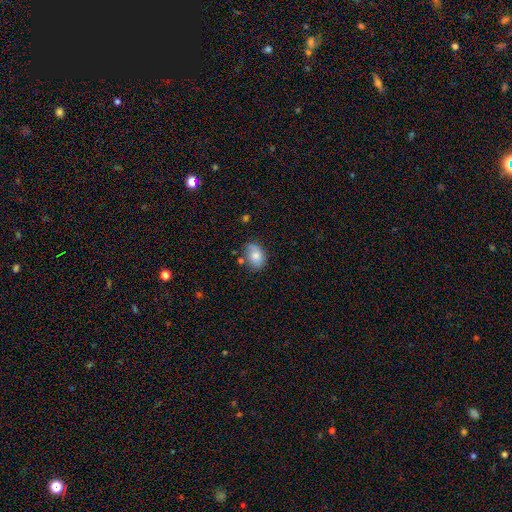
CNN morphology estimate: Smooth or featured?
  - smooth: 72% *
  - featured or disk: 20%
  - star or artifact: 8%
How rounded?
  - in between: 74% *
  - round: 25%
  - cigar-shaped: 1%
Merging?
  - none: 57% *
  - minor disturbance: 28%
  - major disturbance: 8%
  - merger: 7%